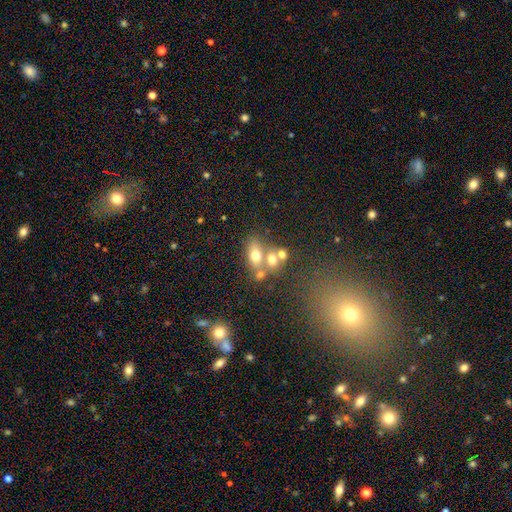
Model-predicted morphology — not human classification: smooth_or_featured: smooth (p=0.63) [alt: featured or disk p=0.22]
how_rounded: in between (p=0.69) [alt: round p=0.27]
merging: merger (p=0.48) [alt: none p=0.36]